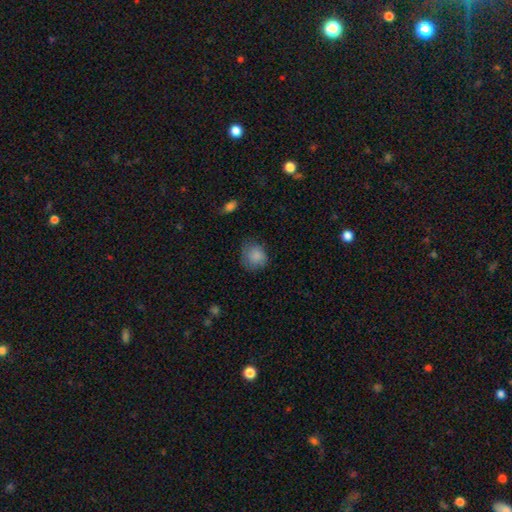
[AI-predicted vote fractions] smooth_or_featured: smooth (p=0.85) [alt: star or artifact p=0.08]
how_rounded: round (p=0.76) [alt: in between p=0.23]
merging: none (p=0.64) [alt: minor disturbance p=0.27]